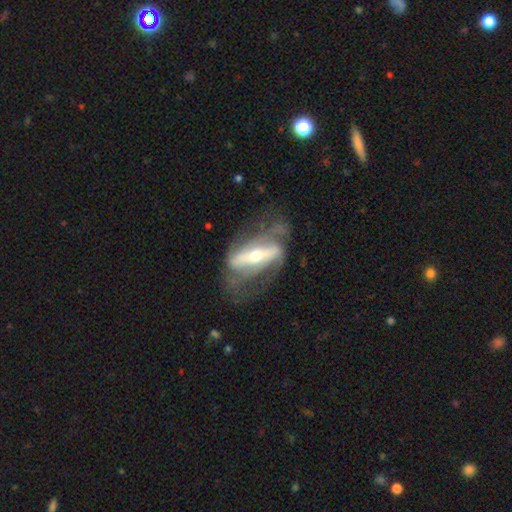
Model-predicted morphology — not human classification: Q: Smooth or featured?
A: featured or disk (81%); runner-up: smooth (14%)
Q: Edge-on disk?
A: no (76%); runner-up: yes (24%)
Q: Bar?
A: strong (73%); runner-up: weak (14%)
Q: Spiral arms?
A: yes (73%); runner-up: no (27%)
Q: Bulge size?
A: moderate (51%); runner-up: small (41%)
Q: Merging?
A: none (52%); runner-up: major disturbance (24%)